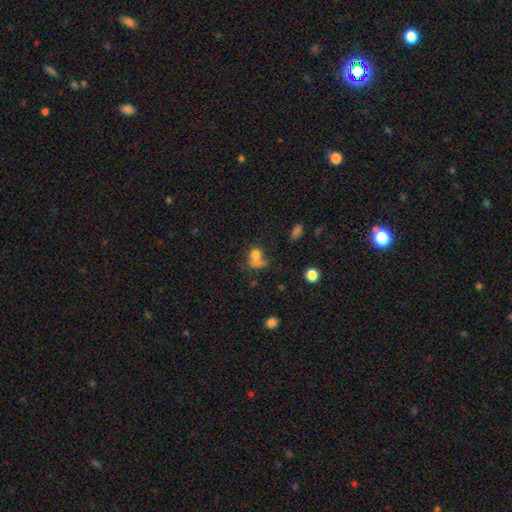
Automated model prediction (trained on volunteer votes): smooth-or-featured: smooth: 71% | featured or disk: 15% | star or artifact: 14%
  how-rounded: round: 53% | in between: 45% | cigar-shaped: 2%
  merging: merger: 35% | none: 27% | major disturbance: 22% | minor disturbance: 16%